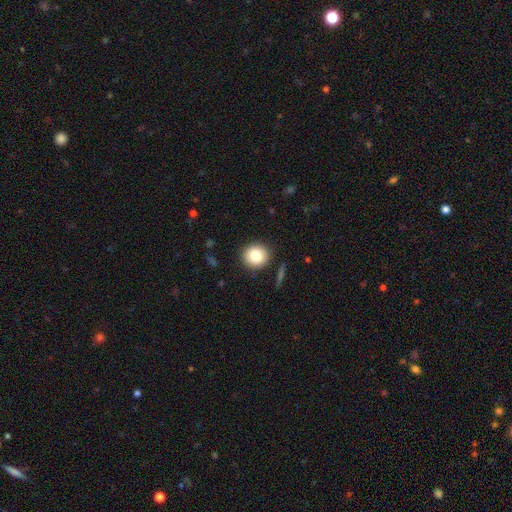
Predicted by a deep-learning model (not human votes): Morphology: type=smooth (82%); roundness=round (87%); merging=none (89%).